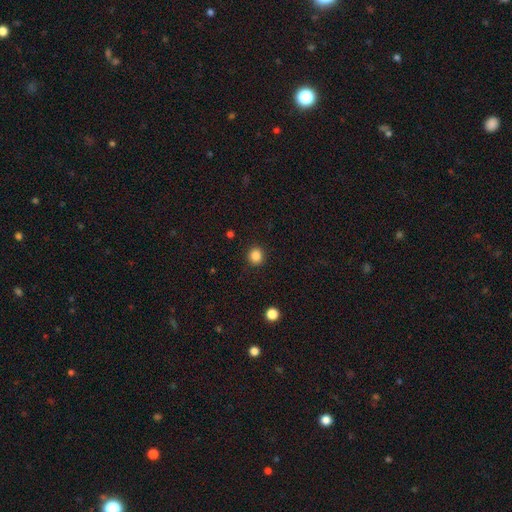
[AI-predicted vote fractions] This is clearly a smooth galaxy (86%). How rounded: clearly round (88%). Merging: clearly none (91%).